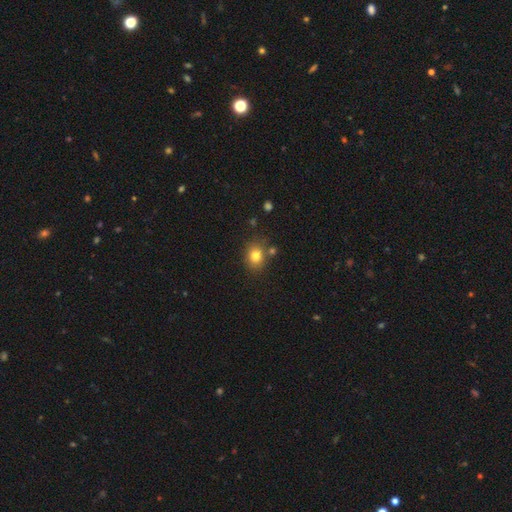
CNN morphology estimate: smooth_or_featured: smooth (p=0.79) [alt: star or artifact p=0.12]
how_rounded: round (p=0.62) [alt: in between p=0.37]
merging: none (p=0.75) [alt: minor disturbance p=0.12]